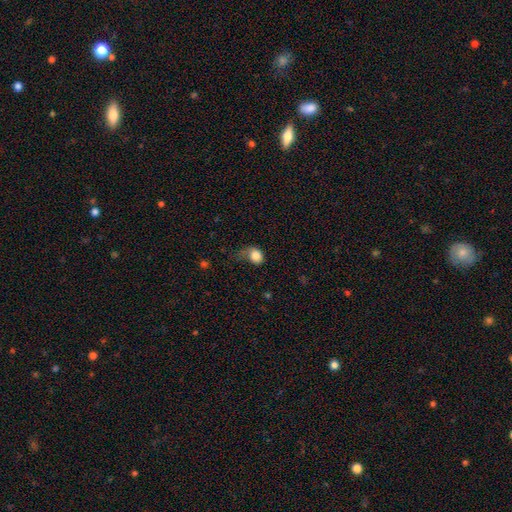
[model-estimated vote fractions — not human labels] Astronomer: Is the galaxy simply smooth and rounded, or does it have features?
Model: smooth — 82%.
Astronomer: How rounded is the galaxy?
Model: round — 54% (runner-up: in between, 45%).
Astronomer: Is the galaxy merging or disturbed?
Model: none — 35% (runner-up: minor disturbance, 31%).